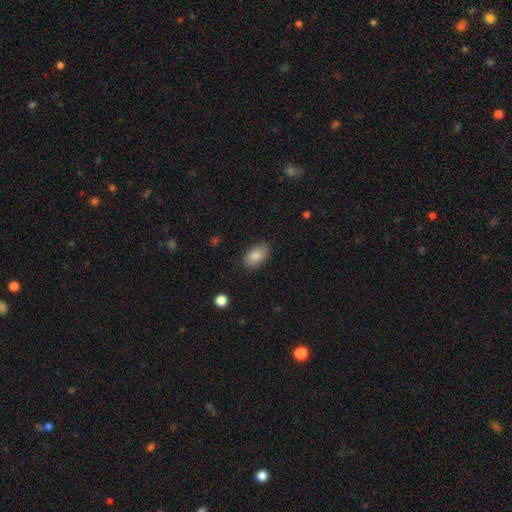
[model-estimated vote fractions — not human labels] Overall: smooth (86%). How rounded: in between (92%). Merging: none (85%).